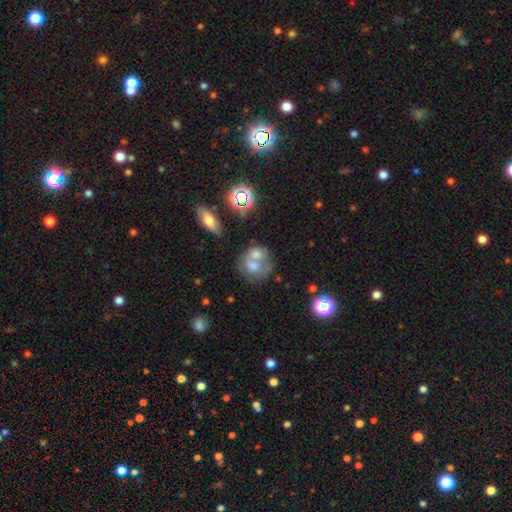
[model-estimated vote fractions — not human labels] Smooth or featured? Predicted: smooth (p=0.49). Merging? Predicted: merger (p=0.51).